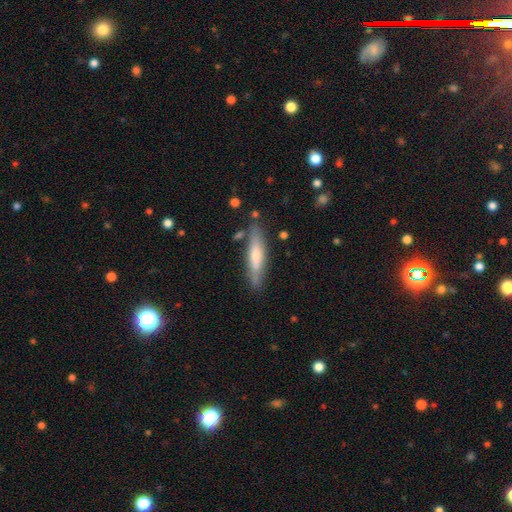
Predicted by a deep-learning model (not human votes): Smooth or featured?
  - smooth: 53% *
  - featured or disk: 41%
  - star or artifact: 6%
How rounded?
  - cigar-shaped: 83% *
  - in between: 15%
  - round: 1%
Merging?
  - none: 80% *
  - minor disturbance: 14%
  - merger: 4%
  - major disturbance: 3%